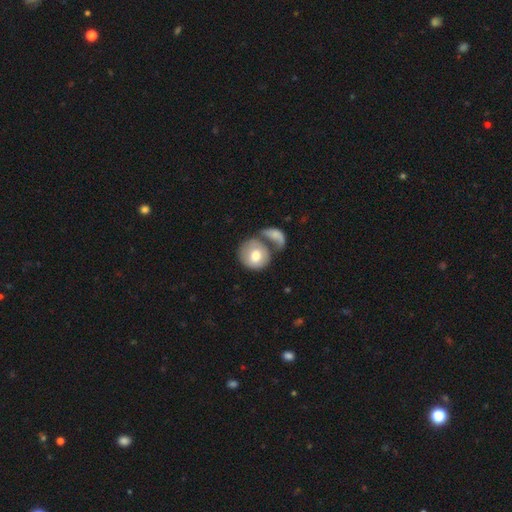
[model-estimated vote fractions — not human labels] Smooth or featured?
  - smooth: 71% *
  - featured or disk: 23%
  - star or artifact: 6%
How rounded?
  - round: 85% *
  - in between: 14%
  - cigar-shaped: 1%
Merging?
  - merger: 40% *
  - none: 37%
  - minor disturbance: 12%
  - major disturbance: 11%